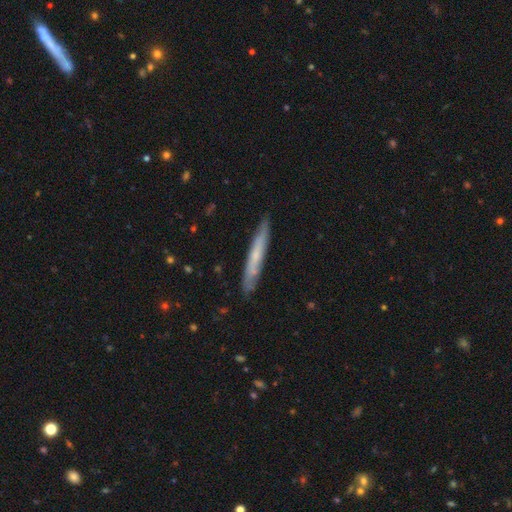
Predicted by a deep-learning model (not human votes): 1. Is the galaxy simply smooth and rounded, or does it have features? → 50% smooth, 44% featured or disk, 6% star or artifact.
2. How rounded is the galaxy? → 95% cigar-shaped, 4% in between, 1% round.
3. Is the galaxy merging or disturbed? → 85% none, 12% minor disturbance, 2% major disturbance, 1% merger.